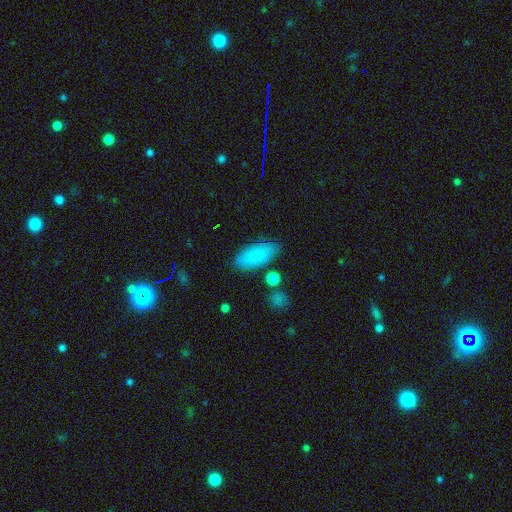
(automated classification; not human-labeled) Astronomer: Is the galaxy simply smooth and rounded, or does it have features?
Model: smooth — 86%.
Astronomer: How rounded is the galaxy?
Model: in between — 85%.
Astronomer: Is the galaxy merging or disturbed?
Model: none — 81%.